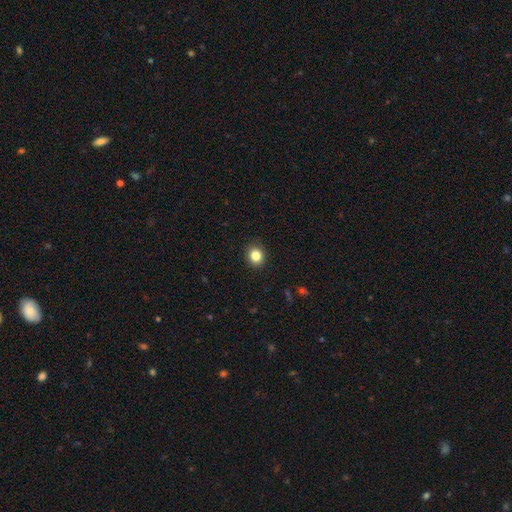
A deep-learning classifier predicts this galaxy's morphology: Smooth or featured? Predicted: smooth (p=0.83). How rounded? Predicted: round (p=0.77). Merging? Predicted: none (p=0.91).